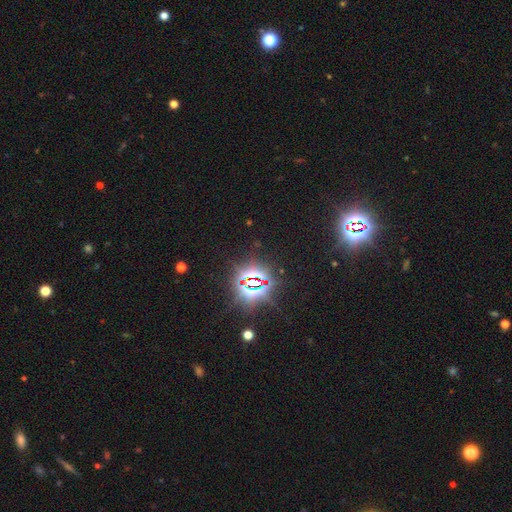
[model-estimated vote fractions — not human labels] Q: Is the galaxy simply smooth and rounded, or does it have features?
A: star or artifact — 84%.